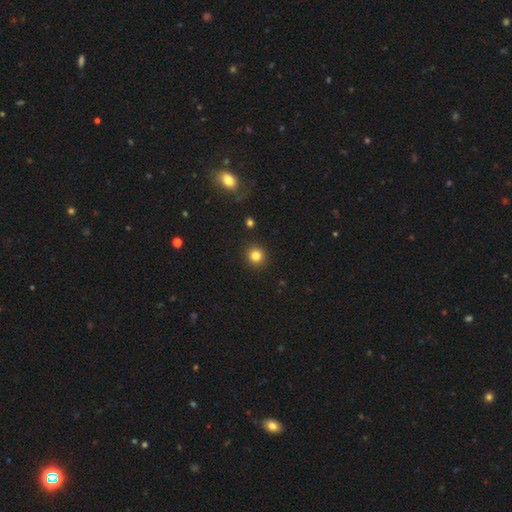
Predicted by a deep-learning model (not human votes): smooth-or-featured: smooth: 82% | star or artifact: 12% | featured or disk: 6%
  how-rounded: round: 93% | in between: 7% | cigar-shaped: 1%
  merging: none: 91% | minor disturbance: 5% | major disturbance: 2% | merger: 1%